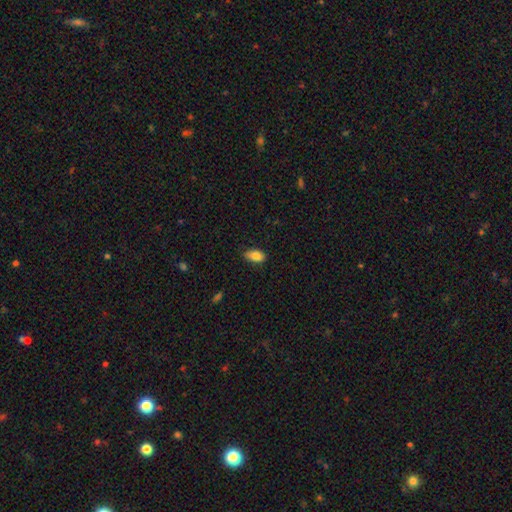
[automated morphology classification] Overall: smooth (84%). How rounded: in between (91%). Merging: none (79%).